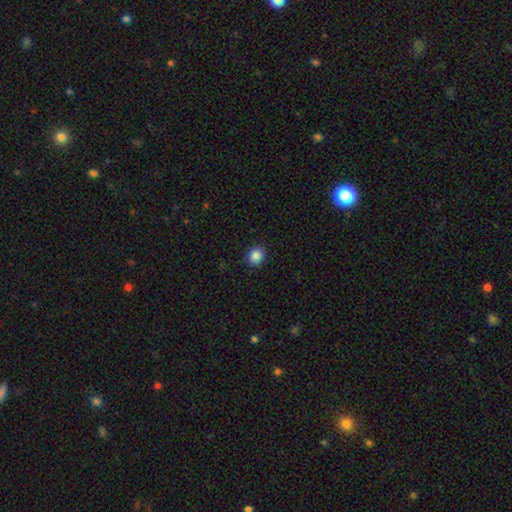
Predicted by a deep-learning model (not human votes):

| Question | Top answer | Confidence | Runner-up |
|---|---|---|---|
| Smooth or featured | smooth | 87% | star or artifact (10%) |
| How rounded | round | 82% | in between (17%) |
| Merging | none | 91% | minor disturbance (7%) |